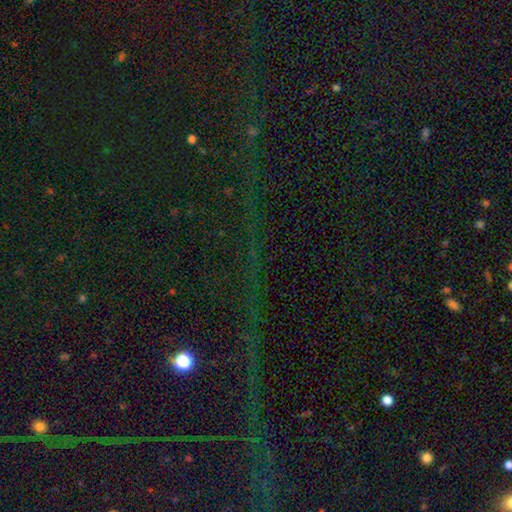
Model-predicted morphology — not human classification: Smooth or featured?
  - star or artifact: 78% *
  - smooth: 12%
  - featured or disk: 10%